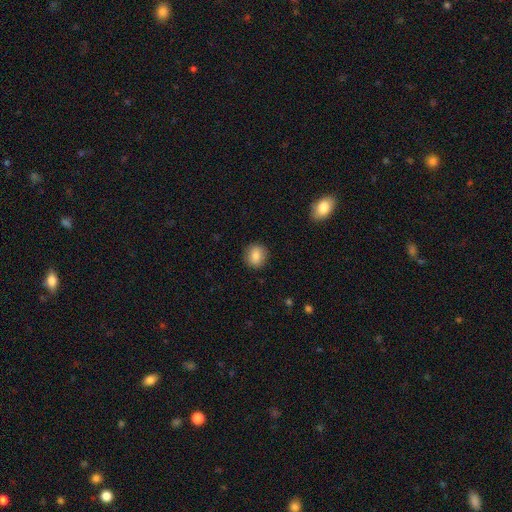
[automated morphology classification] The model was most divided on "smooth or featured": smooth: 84%, star or artifact: 9%, featured or disk: 8%. More confident: merging — none (90%); how rounded — round (87%).